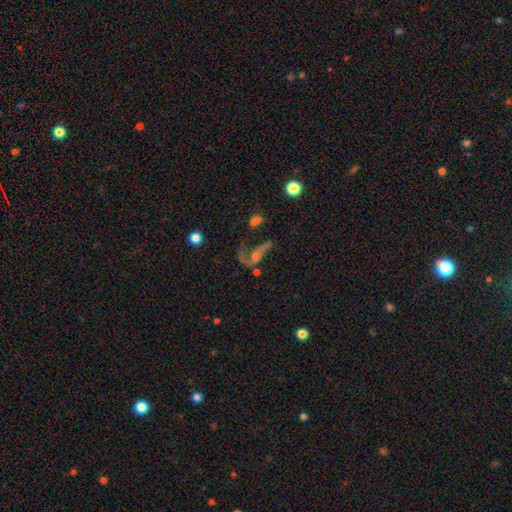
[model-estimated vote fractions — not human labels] smooth_or_featured: featured or disk (p=0.69) [alt: smooth p=0.17]
disk_edge_on: no (p=0.89) [alt: yes p=0.11]
bar: no (p=0.62) [alt: weak p=0.25]
has_spiral_arms: yes (p=0.79) [alt: no p=0.21]
bulge_size: small (p=0.47) [alt: moderate p=0.32]
merging: major disturbance (p=0.37) [alt: none p=0.34]